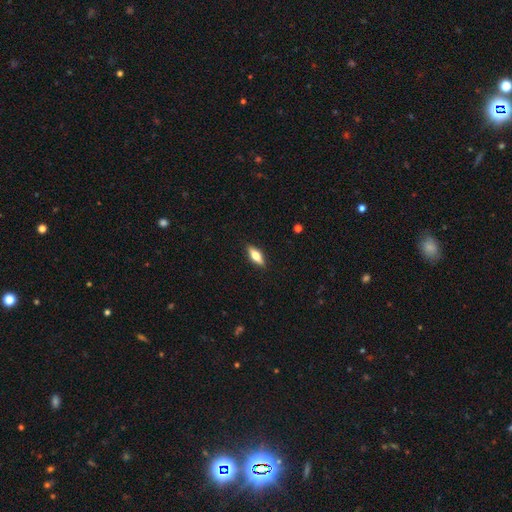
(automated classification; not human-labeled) smooth-or-featured: smooth: 55% | featured or disk: 38% | star or artifact: 7%
  how-rounded: in between: 61% | cigar-shaped: 36% | round: 3%
  merging: none: 89% | minor disturbance: 8% | major disturbance: 2% | merger: 1%